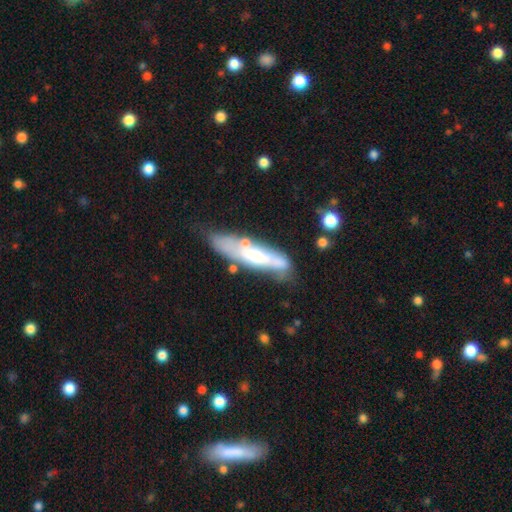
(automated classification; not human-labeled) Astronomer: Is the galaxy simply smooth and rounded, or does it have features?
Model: featured or disk — 56% (runner-up: smooth, 38%).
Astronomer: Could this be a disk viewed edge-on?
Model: no — 52% (runner-up: yes, 48%).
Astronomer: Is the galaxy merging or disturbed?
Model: none — 49% (runner-up: minor disturbance, 27%).